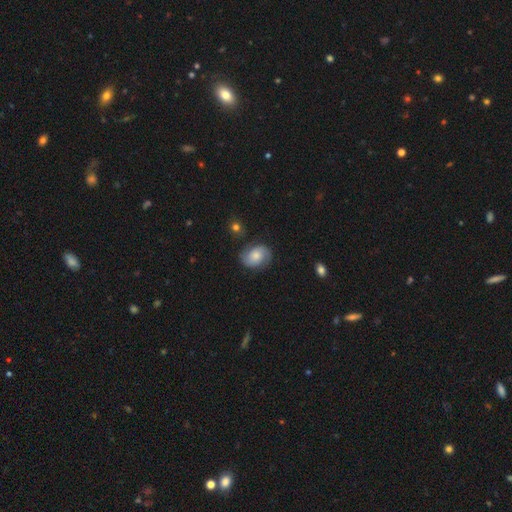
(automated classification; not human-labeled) Q: Smooth or featured?
A: featured or disk (58%); runner-up: smooth (34%)
Q: Edge-on disk?
A: no (97%); runner-up: yes (3%)
Q: Bar?
A: no (70%); runner-up: weak (25%)
Q: Spiral arms?
A: yes (91%); runner-up: no (9%)
Q: Spiral winding?
A: medium (45%); runner-up: tight (35%)
Q: Spiral arm count?
A: 2 (88%); runner-up: can't tell (7%)
Q: Bulge size?
A: moderate (49%); runner-up: small (29%)
Q: Merging?
A: none (78%); runner-up: minor disturbance (15%)